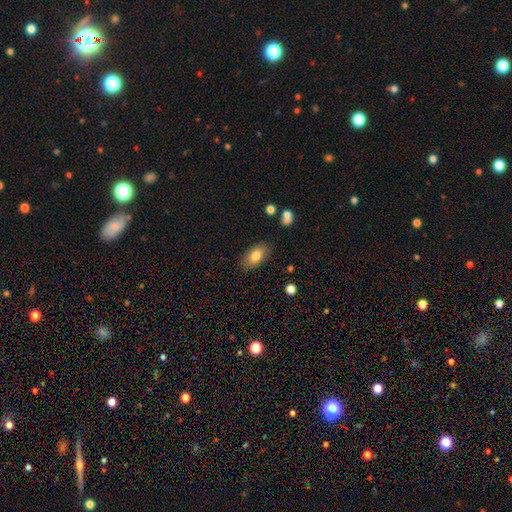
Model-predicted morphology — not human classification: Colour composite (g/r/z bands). It shows a smooth galaxy with no disk features (81%) that is in between round and cigar-shaped (92%). Merging: none (83%).